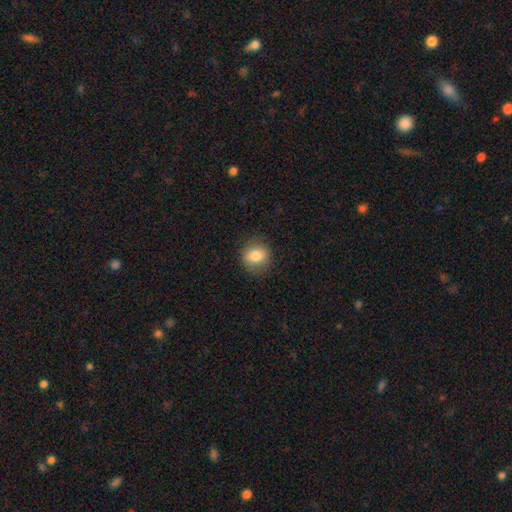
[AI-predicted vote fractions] Q: Smooth or featured?
A: smooth (82%); runner-up: star or artifact (9%)
Q: How rounded?
A: round (75%); runner-up: in between (24%)
Q: Merging?
A: none (85%); runner-up: minor disturbance (11%)